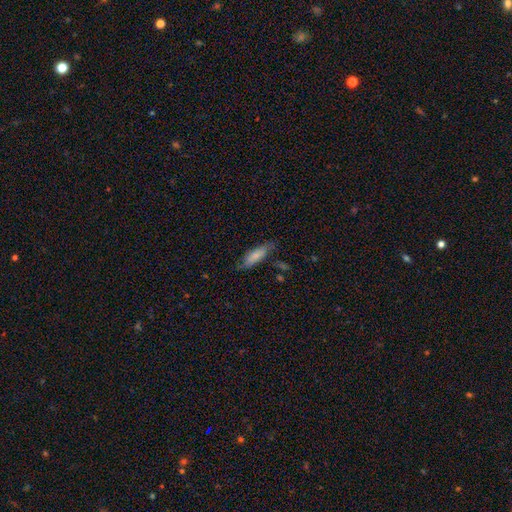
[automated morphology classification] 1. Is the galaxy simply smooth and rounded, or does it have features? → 76% smooth, 17% featured or disk, 6% star or artifact.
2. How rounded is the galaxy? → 56% in between, 42% cigar-shaped, 2% round.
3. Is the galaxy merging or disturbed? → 65% none, 25% minor disturbance, 7% major disturbance, 3% merger.